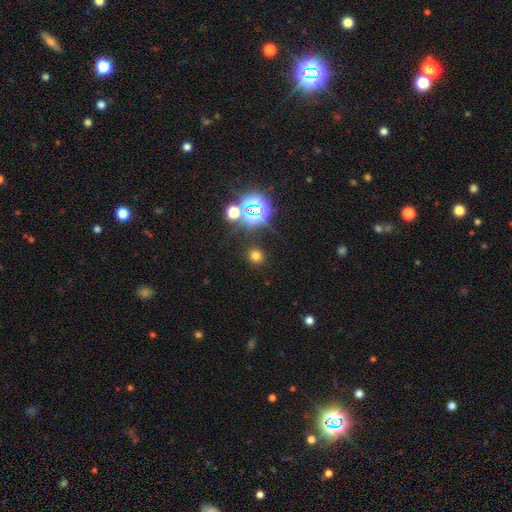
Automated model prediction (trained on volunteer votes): The model was most divided on "smooth or featured": smooth: 64%, star or artifact: 28%, featured or disk: 7%. More confident: how rounded — round (88%); merging — none (87%).